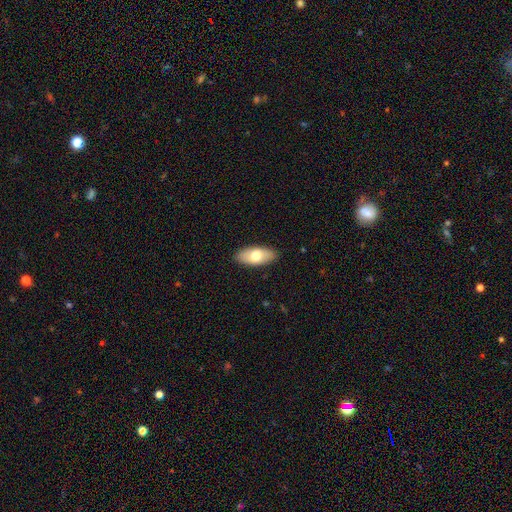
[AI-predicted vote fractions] This is likely a smooth galaxy (72%). How rounded: clearly in between (89%). Merging: clearly none (89%).